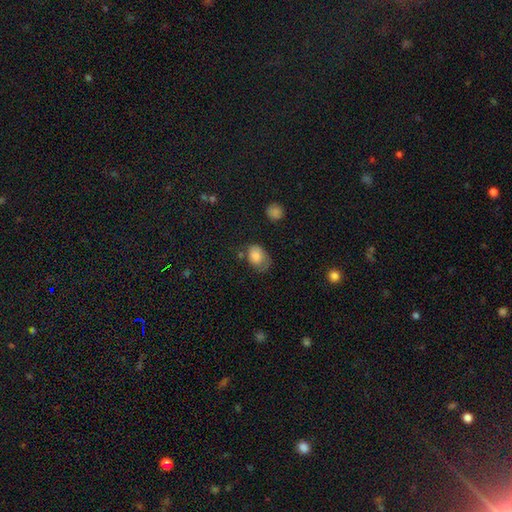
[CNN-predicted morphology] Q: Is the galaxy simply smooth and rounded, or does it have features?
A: smooth — 81%.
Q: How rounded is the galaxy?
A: in between — 73%.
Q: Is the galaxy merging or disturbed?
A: none — 39%.